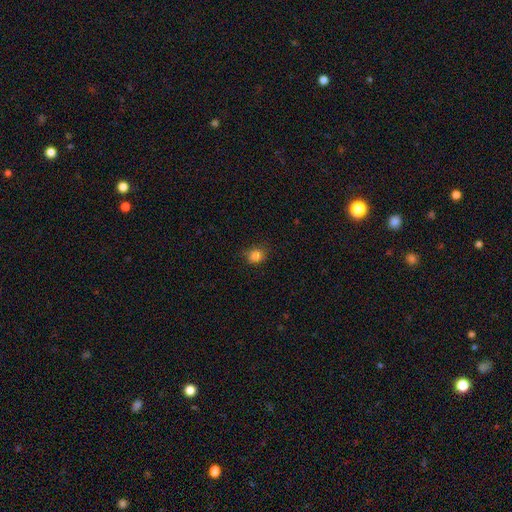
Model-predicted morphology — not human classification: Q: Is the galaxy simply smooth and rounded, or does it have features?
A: smooth — 83%.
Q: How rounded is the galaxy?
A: round — 61%.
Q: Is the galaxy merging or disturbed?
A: none — 73%.